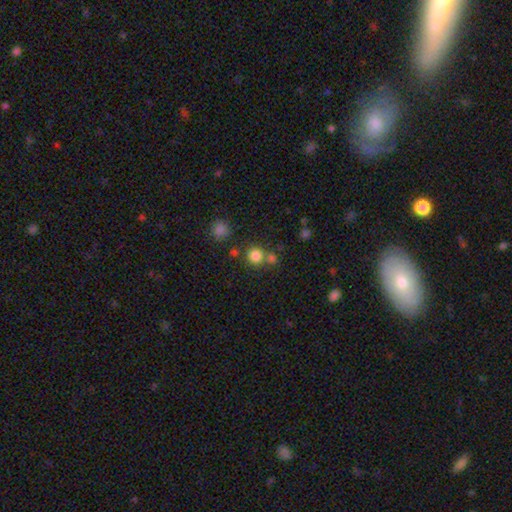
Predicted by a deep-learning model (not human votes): Smooth or featured? smooth (79%)
How rounded? round (90%)
Merging? none (63%)